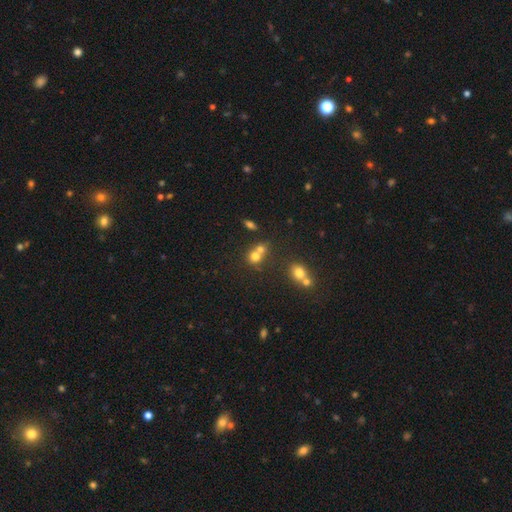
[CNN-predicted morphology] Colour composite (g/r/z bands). It shows a smooth galaxy with no disk features (70%) that is round (77%). Merging: merger (47%).